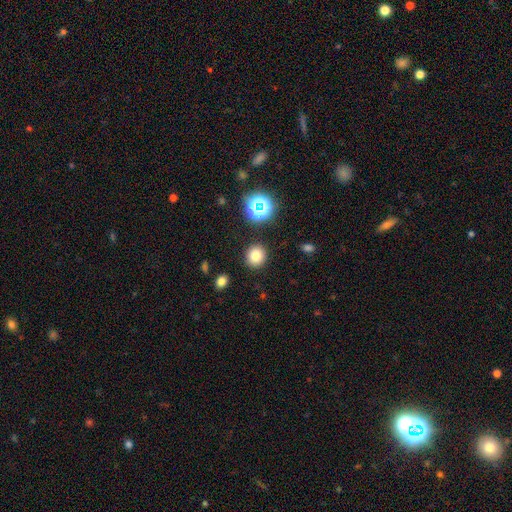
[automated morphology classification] A smooth galaxy with no disk features (76%) that is round (89%). Merging: none (90%).